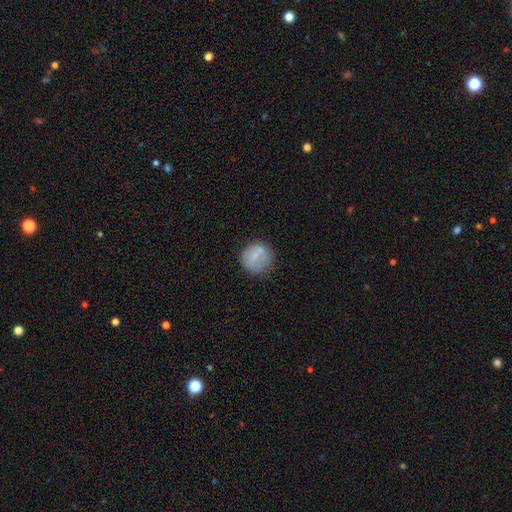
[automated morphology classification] Q: Smooth or featured?
A: smooth (67%); runner-up: featured or disk (24%)
Q: How rounded?
A: round (91%); runner-up: in between (8%)
Q: Merging?
A: none (69%); runner-up: minor disturbance (18%)